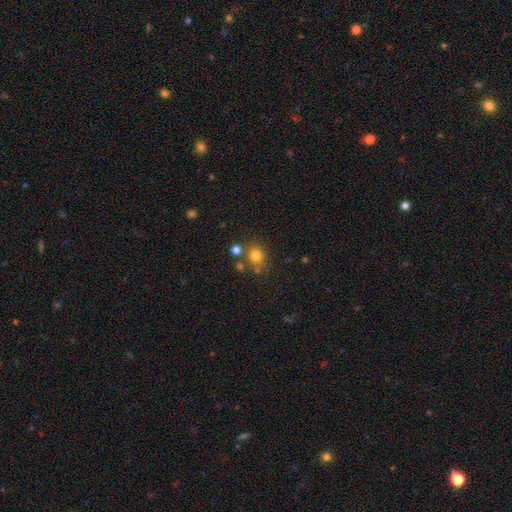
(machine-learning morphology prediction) This appears to be a smooth galaxy with no disk features (77%) that is round (72%). Merging: none (69%).